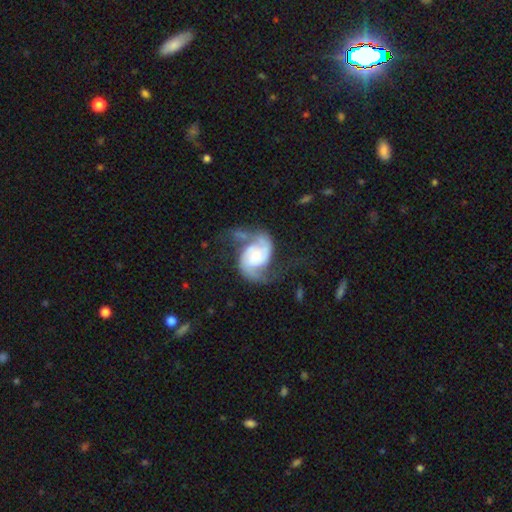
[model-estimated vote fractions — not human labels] This appears to be a featured or disk galaxy (89%) with no bar (59%), 2 (92%) medium (47%) spiral arms (97%) and a small central bulge (43%). Merging: none (54%).